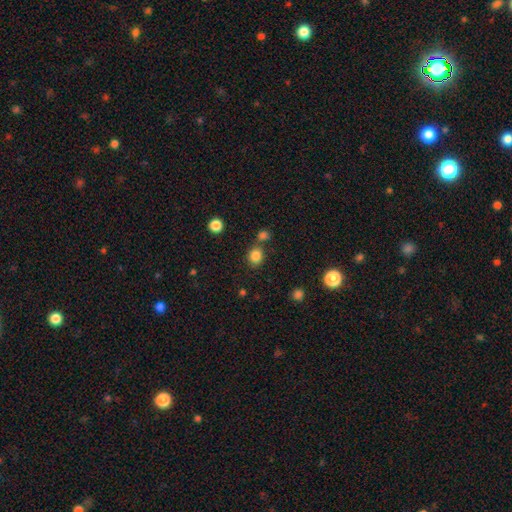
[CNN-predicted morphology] Q: Smooth or featured?
A: smooth (83%); runner-up: star or artifact (13%)
Q: How rounded?
A: round (75%); runner-up: in between (25%)
Q: Merging?
A: none (70%); runner-up: merger (17%)